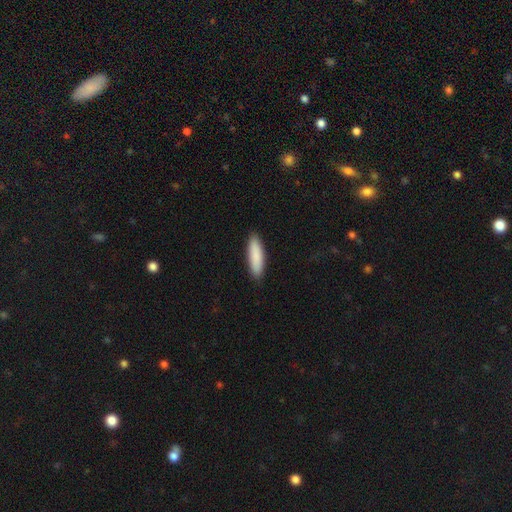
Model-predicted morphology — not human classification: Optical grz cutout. It shows a smooth galaxy with no disk features (87%) that is cigar-shaped (63%). Merging: none (89%).